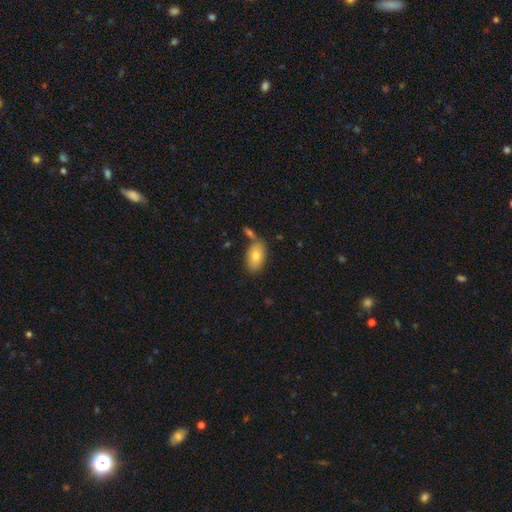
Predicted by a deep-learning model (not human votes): Q: Smooth or featured?
A: smooth (79%); runner-up: featured or disk (14%)
Q: How rounded?
A: in between (92%); runner-up: round (6%)
Q: Merging?
A: none (68%); runner-up: merger (14%)